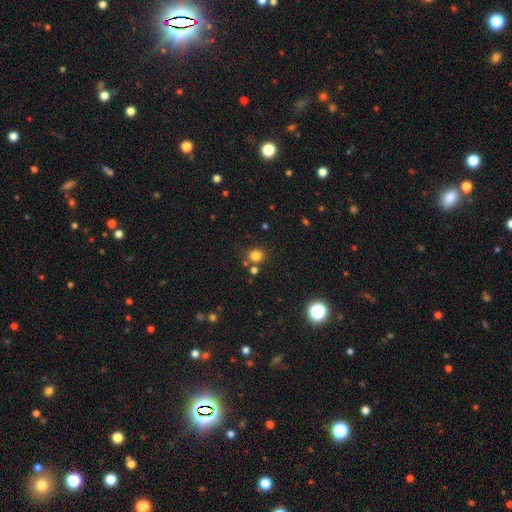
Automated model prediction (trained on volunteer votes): smooth_or_featured: smooth (p=0.79) [alt: star or artifact p=0.15]
how_rounded: round (p=0.85) [alt: in between p=0.14]
merging: none (p=0.77) [alt: merger p=0.11]